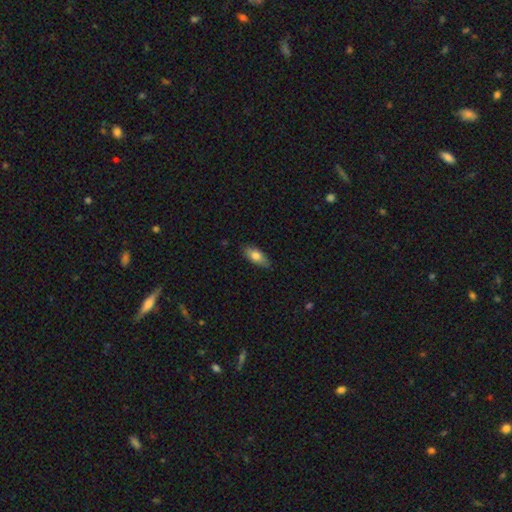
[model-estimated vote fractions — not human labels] Smooth or featured: smooth — 75% (featured or disk — 18%)
How rounded: in between — 83% (cigar-shaped — 13%)
Merging: none — 83% (minor disturbance — 13%)